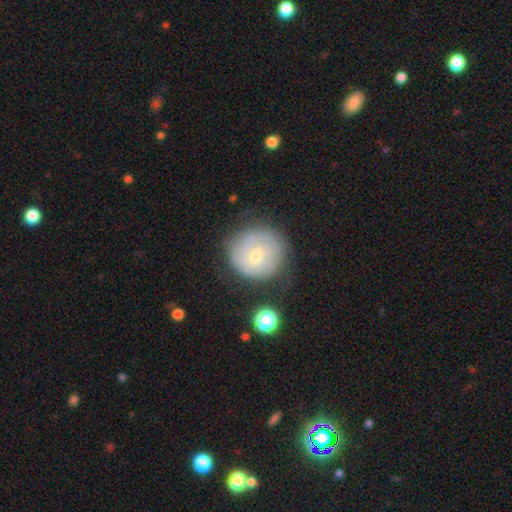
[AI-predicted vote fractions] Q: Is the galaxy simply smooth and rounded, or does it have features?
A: featured or disk — 46%.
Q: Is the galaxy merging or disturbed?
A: none — 67%.